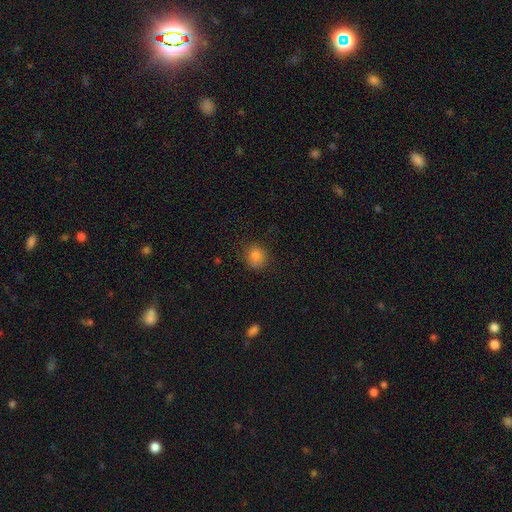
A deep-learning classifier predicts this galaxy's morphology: Q: Smooth or featured?
A: smooth (83%); runner-up: star or artifact (11%)
Q: How rounded?
A: round (82%); runner-up: in between (17%)
Q: Merging?
A: none (82%); runner-up: minor disturbance (13%)